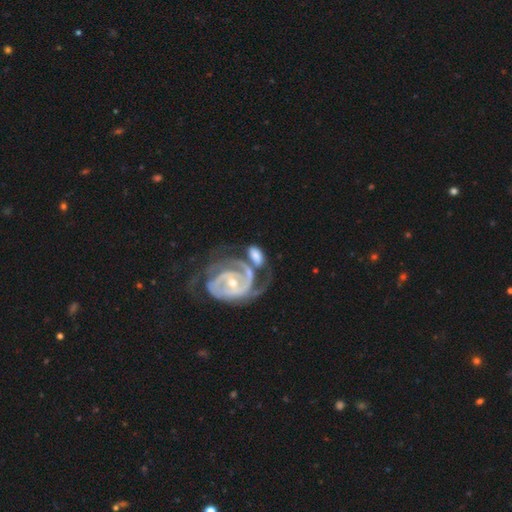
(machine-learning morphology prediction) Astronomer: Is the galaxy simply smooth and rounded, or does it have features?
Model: featured or disk — 68%.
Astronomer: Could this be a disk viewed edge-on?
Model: no — 96%.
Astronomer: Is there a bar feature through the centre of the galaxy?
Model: no — 48% (runner-up: weak, 33%).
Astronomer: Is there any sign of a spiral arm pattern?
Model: yes — 88%.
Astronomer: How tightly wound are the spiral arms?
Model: tight — 48% (runner-up: medium, 37%).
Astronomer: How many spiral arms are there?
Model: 2 — 63%.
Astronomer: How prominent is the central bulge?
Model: moderate — 46% (runner-up: small, 45%).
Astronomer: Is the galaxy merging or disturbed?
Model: merger — 39% (runner-up: none, 28%).